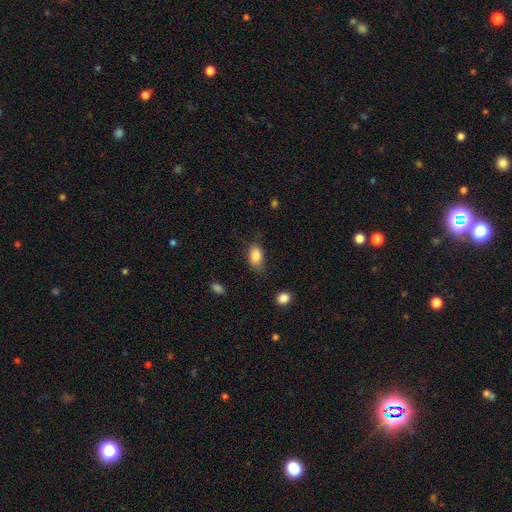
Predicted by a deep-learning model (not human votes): Smooth or featured? Predicted: smooth (p=0.85). How rounded? Predicted: in between (p=0.86). Merging? Predicted: none (p=0.70).